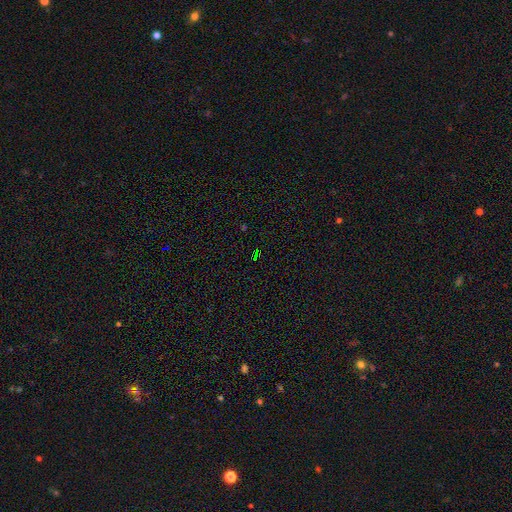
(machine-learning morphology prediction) The model was most divided on "smooth or featured": star or artifact: 74%, smooth: 16%, featured or disk: 10%.